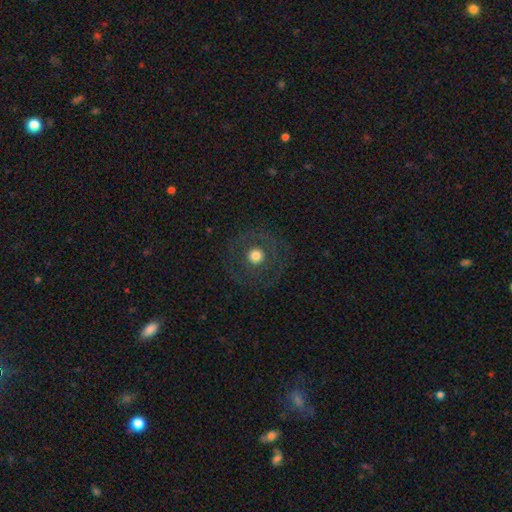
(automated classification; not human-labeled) Smooth or featured: smooth — 60% (featured or disk — 30%)
How rounded: round — 95% (in between — 4%)
Merging: none — 84% (minor disturbance — 8%)